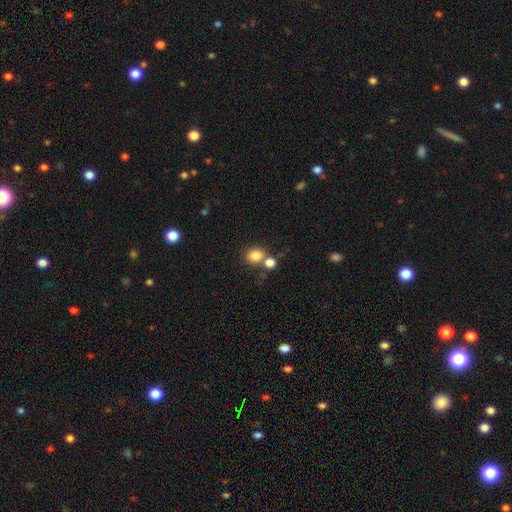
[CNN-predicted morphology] Smooth or featured: smooth — 82% (star or artifact — 11%)
How rounded: round — 55% (in between — 43%)
Merging: none — 55% (merger — 31%)